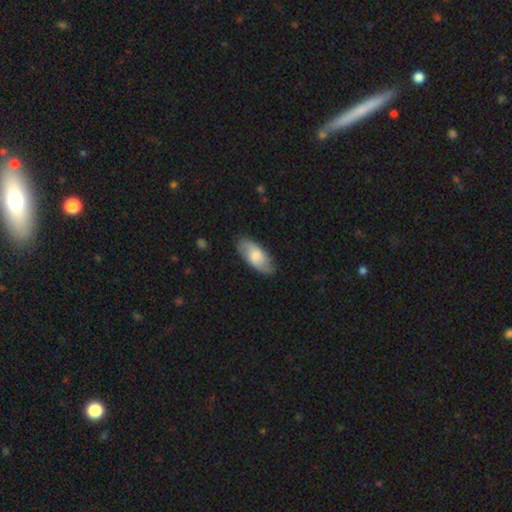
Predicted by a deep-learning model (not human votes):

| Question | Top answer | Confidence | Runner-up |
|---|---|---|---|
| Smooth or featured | smooth | 62% | featured or disk (33%) |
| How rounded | in between | 88% | cigar-shaped (10%) |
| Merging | none | 83% | minor disturbance (14%) |